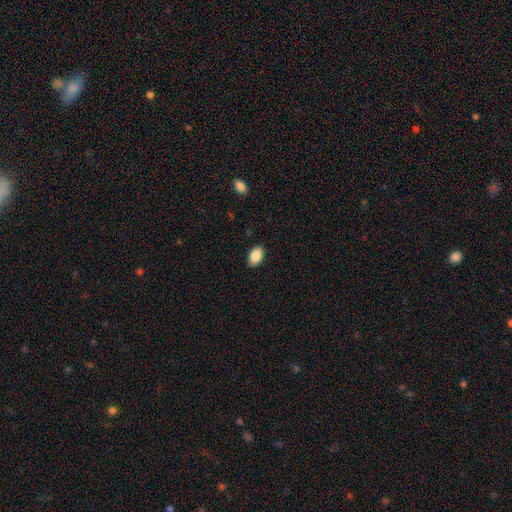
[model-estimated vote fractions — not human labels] smooth-or-featured: smooth: 88% | star or artifact: 7% | featured or disk: 4%
  how-rounded: in between: 91% | round: 7% | cigar-shaped: 1%
  merging: none: 89% | minor disturbance: 8% | major disturbance: 2% | merger: 1%